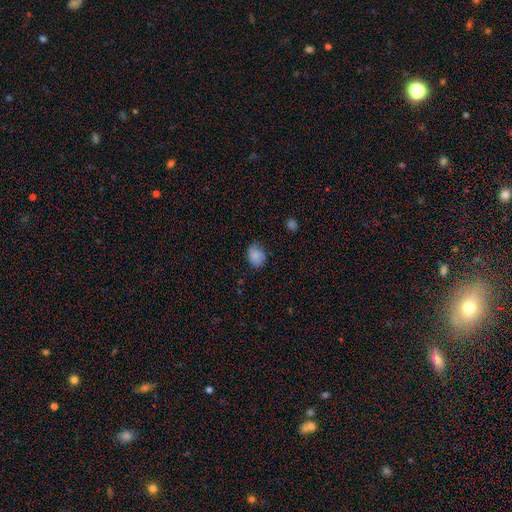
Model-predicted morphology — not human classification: type=smooth (84%); roundness=in between (57%); merging=none (70%).